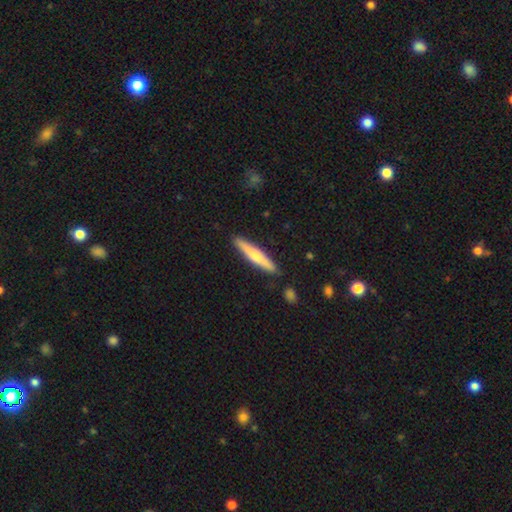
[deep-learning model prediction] Smooth or featured?
  - smooth: 52% *
  - featured or disk: 43%
  - star or artifact: 5%
How rounded?
  - cigar-shaped: 92% *
  - in between: 6%
  - round: 1%
Merging?
  - none: 89% *
  - minor disturbance: 8%
  - merger: 2%
  - major disturbance: 2%